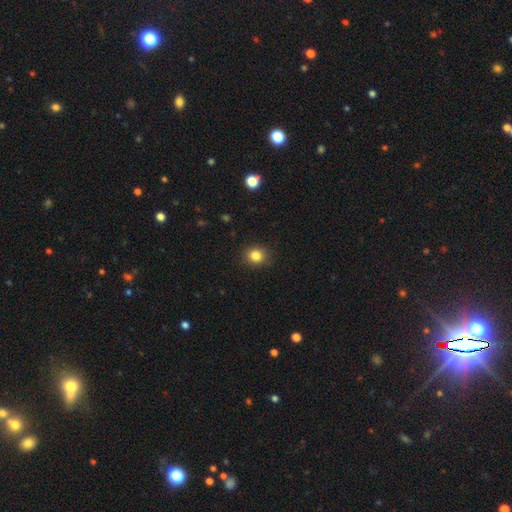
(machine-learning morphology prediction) type=smooth (83%); roundness=round (80%); merging=none (89%).